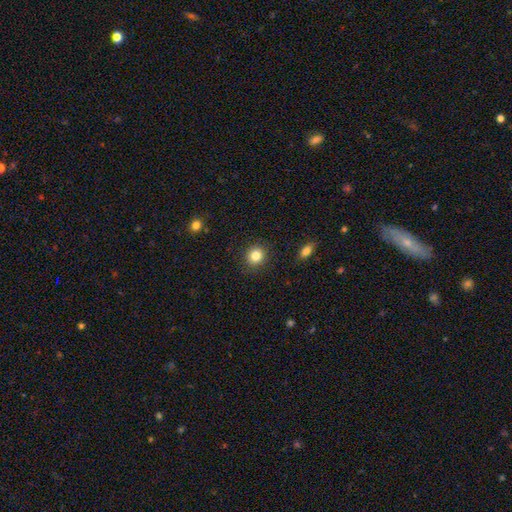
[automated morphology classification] Q: Smooth or featured?
A: smooth (83%); runner-up: star or artifact (10%)
Q: How rounded?
A: round (84%); runner-up: in between (15%)
Q: Merging?
A: none (89%); runner-up: minor disturbance (7%)